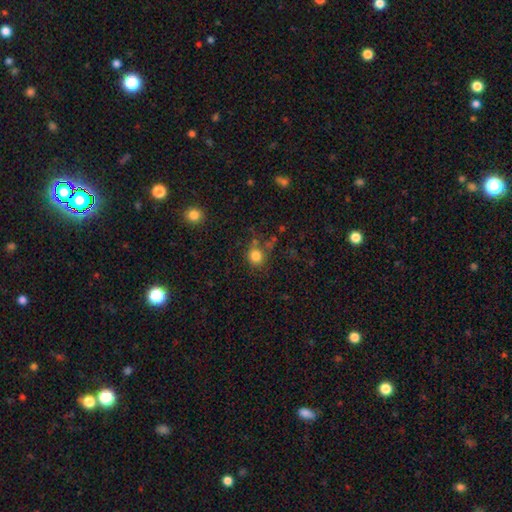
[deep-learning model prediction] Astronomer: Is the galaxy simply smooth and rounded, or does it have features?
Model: smooth — 81%.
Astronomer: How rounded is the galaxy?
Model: round — 82%.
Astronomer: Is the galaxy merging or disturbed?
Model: none — 68%.